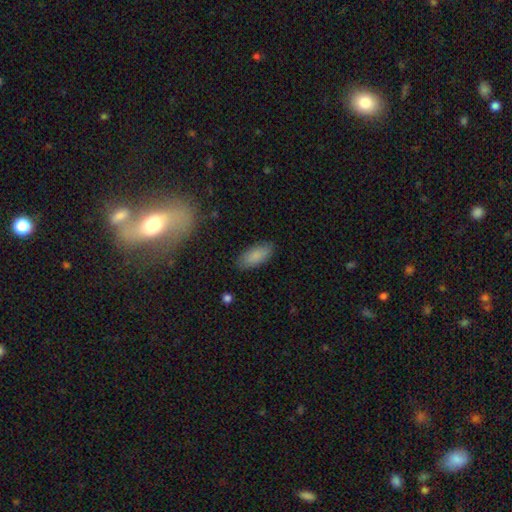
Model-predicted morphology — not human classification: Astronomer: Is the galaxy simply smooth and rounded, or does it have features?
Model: smooth — 87%.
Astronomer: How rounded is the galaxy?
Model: in between — 85%.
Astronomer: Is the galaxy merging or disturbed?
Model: none — 86%.